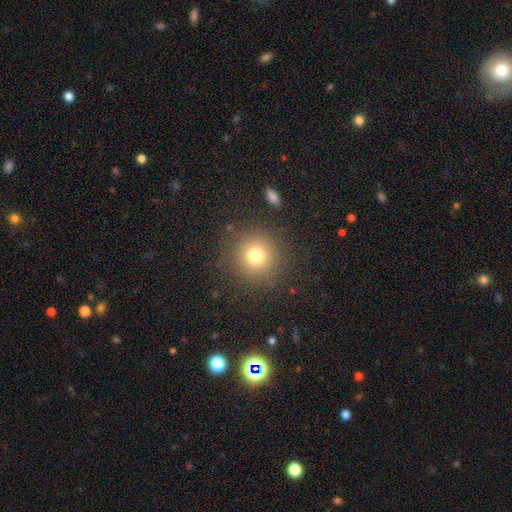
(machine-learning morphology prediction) smooth-or-featured: smooth: 75% | star or artifact: 15% | featured or disk: 10%
  how-rounded: round: 94% | in between: 5% | cigar-shaped: 1%
  merging: none: 87% | minor disturbance: 8% | major disturbance: 4% | merger: 2%